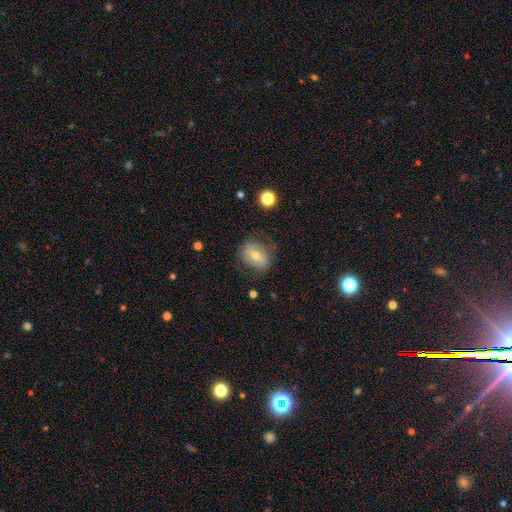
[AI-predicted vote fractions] smooth 52%, featured or disk 40%, star or artifact 8%. Down the decision tree: how rounded — in between (55%); merging — none (72%).